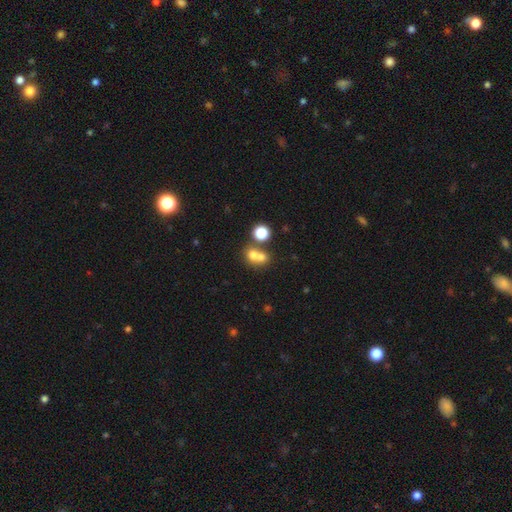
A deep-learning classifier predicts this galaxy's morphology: Smooth or featured?
  - smooth: 68% *
  - star or artifact: 17%
  - featured or disk: 15%
How rounded?
  - round: 69% *
  - in between: 30%
  - cigar-shaped: 1%
Merging?
  - merger: 57% *
  - none: 33%
  - minor disturbance: 6%
  - major disturbance: 4%